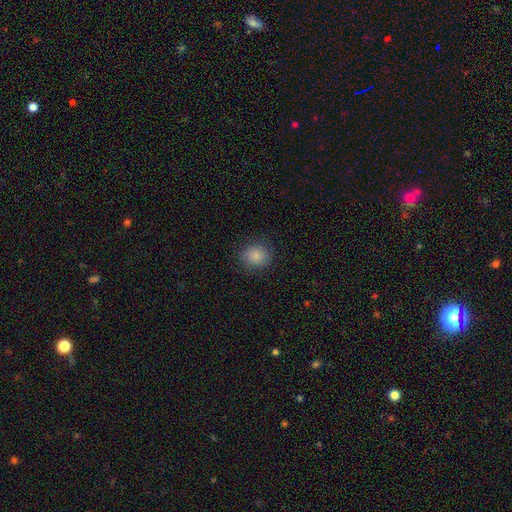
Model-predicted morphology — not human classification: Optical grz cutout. It shows a smooth galaxy with no disk features (86%) that is round (80%). Merging: none (85%).